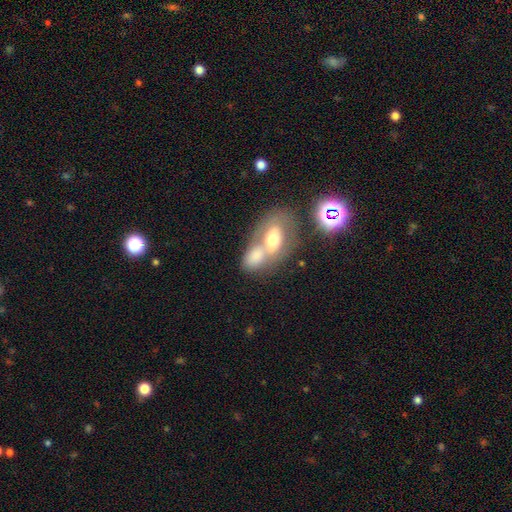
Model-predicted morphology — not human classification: smooth 63%, featured or disk 28%, star or artifact 9%. Down the decision tree: how rounded — in between (82%); merging — merger (65%).